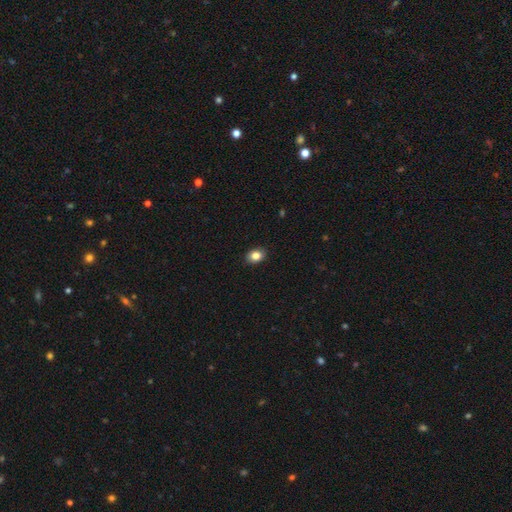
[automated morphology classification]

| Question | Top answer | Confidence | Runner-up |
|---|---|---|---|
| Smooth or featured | smooth | 84% | star or artifact (9%) |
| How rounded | in between | 67% | round (32%) |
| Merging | none | 89% | minor disturbance (8%) |